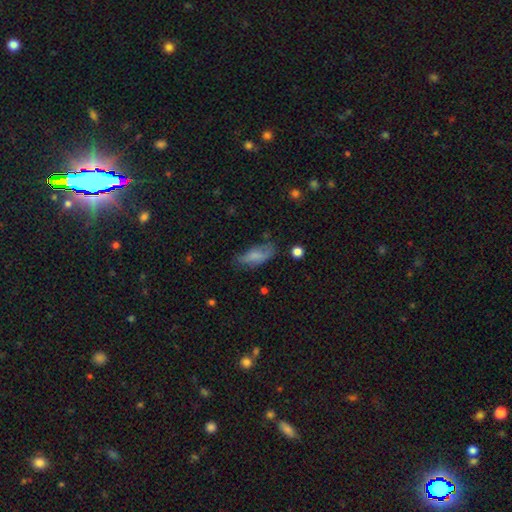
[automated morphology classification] type=smooth (67%); roundness=in between (75%); merging=none (49%).